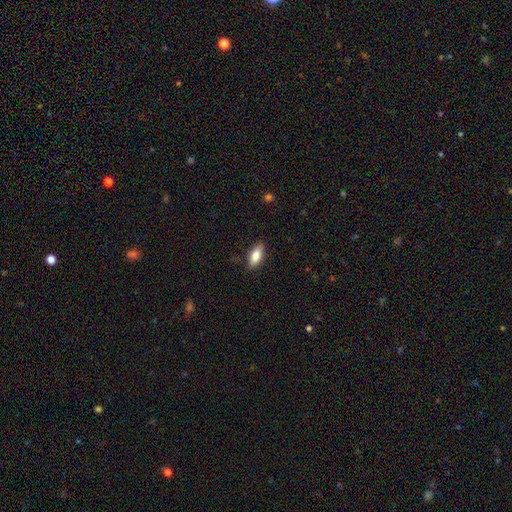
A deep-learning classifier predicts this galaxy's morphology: smooth_or_featured: smooth (p=0.82) [alt: featured or disk p=0.12]
how_rounded: in between (p=0.81) [alt: cigar-shaped p=0.16]
merging: none (p=0.84) [alt: minor disturbance p=0.12]